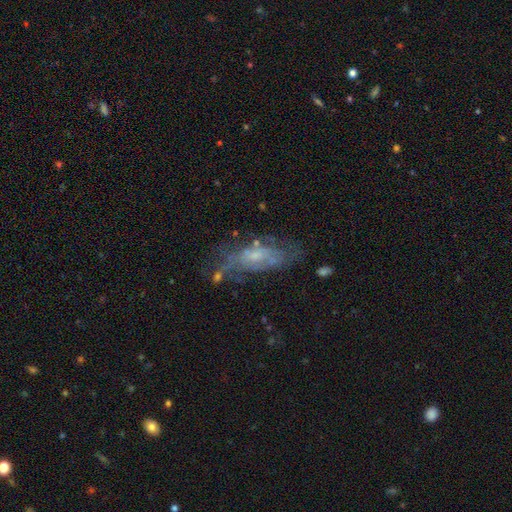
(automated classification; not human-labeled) A featured or disk galaxy (61%) with no bar (63%), spiral arms (59%) and a small central bulge (50%).

Vote fractions:
- Smooth or featured? featured or disk: 61% / smooth: 29% / star or artifact: 10%
- Edge-on disk? no: 84% / yes: 16%
- Bar? no: 63% / weak: 31% / strong: 6%
- Spiral arms? yes: 59% / no: 41%
- Bulge size? small: 50% / moderate: 28% / none: 17% / large: 3% / dominant: 1%
- Merging? none: 49% / minor disturbance: 24% / major disturbance: 20% / merger: 6%